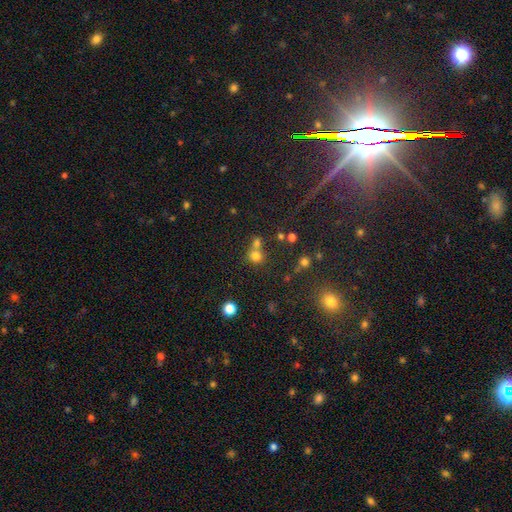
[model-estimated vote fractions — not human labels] Smooth or featured: smooth — 72% (star or artifact — 19%)
How rounded: round — 86% (in between — 13%)
Merging: none — 49% (merger — 41%)